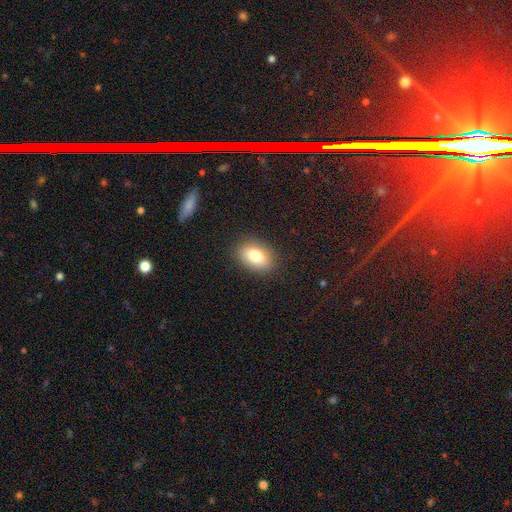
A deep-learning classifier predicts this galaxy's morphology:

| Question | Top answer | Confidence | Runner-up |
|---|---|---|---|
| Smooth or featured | smooth | 80% | featured or disk (11%) |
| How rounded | in between | 83% | round (16%) |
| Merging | none | 86% | minor disturbance (10%) |